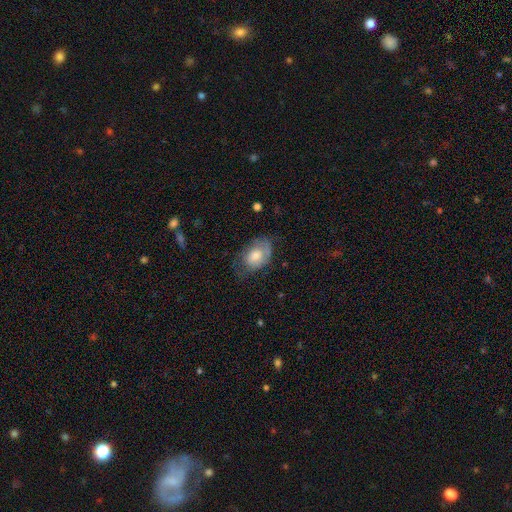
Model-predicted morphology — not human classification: Q: Smooth or featured?
A: smooth (60%); runner-up: featured or disk (32%)
Q: How rounded?
A: in between (85%); runner-up: round (13%)
Q: Merging?
A: none (51%); runner-up: minor disturbance (31%)